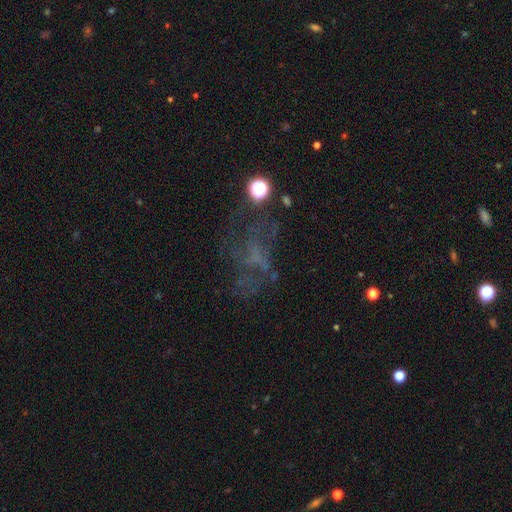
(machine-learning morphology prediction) A featured or disk galaxy (46%). Merging: none (45%).